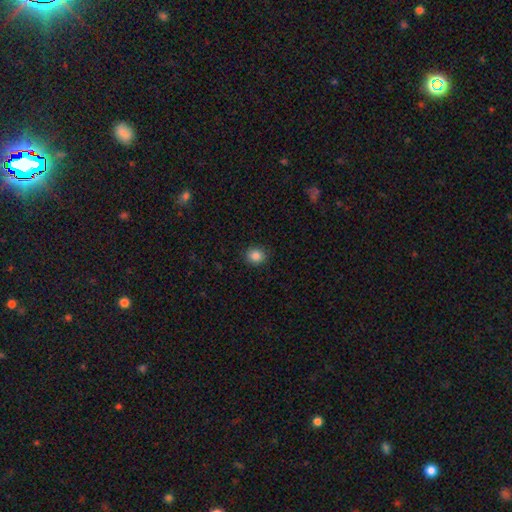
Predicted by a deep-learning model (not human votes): Smooth or featured? Predicted: smooth (p=0.85). How rounded? Predicted: round (p=0.81). Merging? Predicted: none (p=0.90).